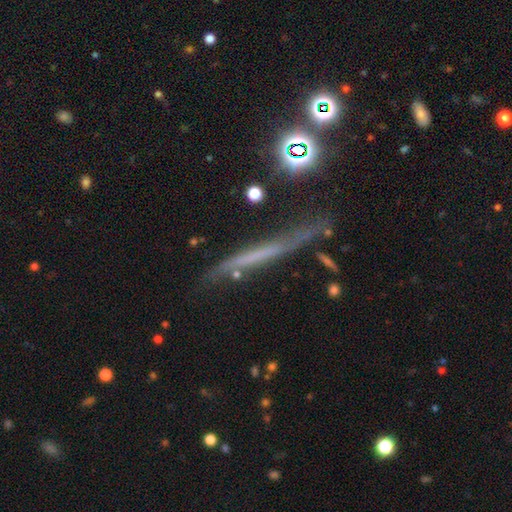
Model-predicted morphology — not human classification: Smooth or featured: featured or disk — 52% (smooth — 32%)
Edge-on disk: yes — 83% (no — 17%)
Merging: none — 61% (minor disturbance — 24%)